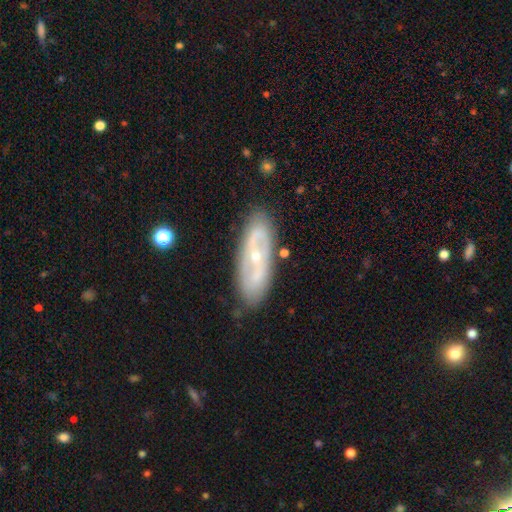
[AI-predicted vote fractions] Smooth or featured?
  - featured or disk: 74% *
  - smooth: 20%
  - star or artifact: 6%
Edge-on disk?
  - no: 86% *
  - yes: 14%
Bar?
  - no: 54% *
  - weak: 27%
  - strong: 19%
Spiral arms?
  - yes: 56% *
  - no: 44%
Bulge size?
  - small: 64% *
  - moderate: 33%
  - large: 1%
  - none: 1%
  - dominant: 1%
Merging?
  - none: 82% *
  - minor disturbance: 12%
  - major disturbance: 3%
  - merger: 2%